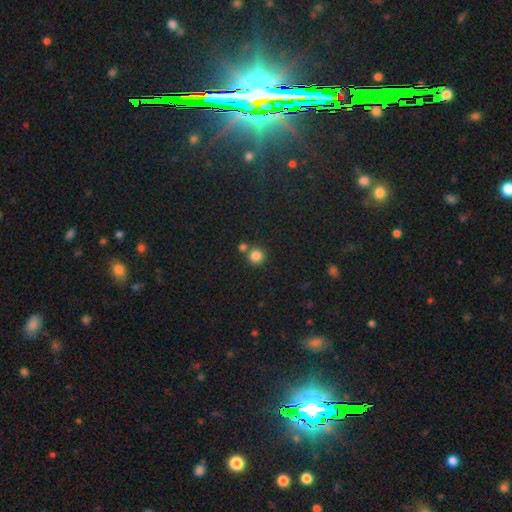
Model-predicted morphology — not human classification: A smooth galaxy with no disk features (83%) that is round (93%). Merging: none (71%).